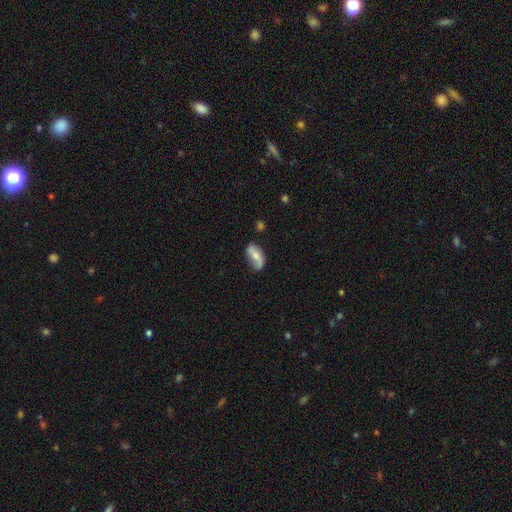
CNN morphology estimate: type=featured or disk (48%); merging=none (66%).